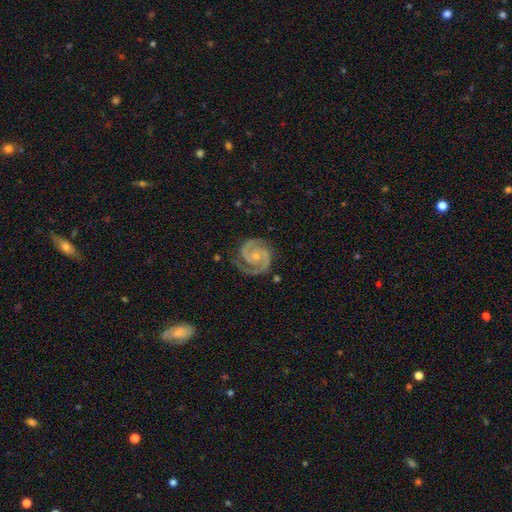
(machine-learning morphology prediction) A featured or disk galaxy (93%) with no bar (68%), 2 (92%) tight (60%) spiral arms (99%) and a small central bulge (65%). Merging: none (80%).